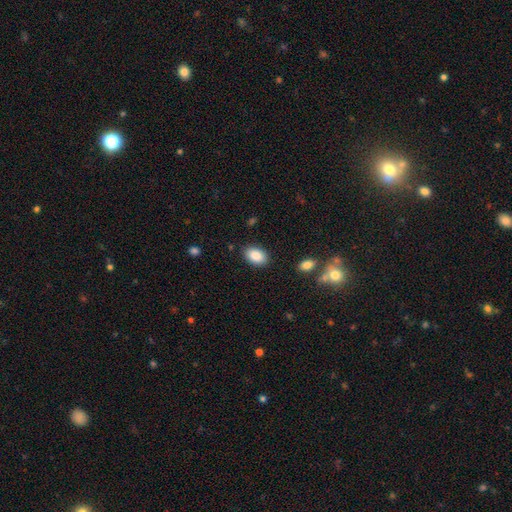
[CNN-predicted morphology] Smooth or featured?
  - smooth: 88% *
  - star or artifact: 7%
  - featured or disk: 5%
How rounded?
  - in between: 88% *
  - round: 11%
  - cigar-shaped: 1%
Merging?
  - none: 86% *
  - minor disturbance: 10%
  - major disturbance: 3%
  - merger: 2%